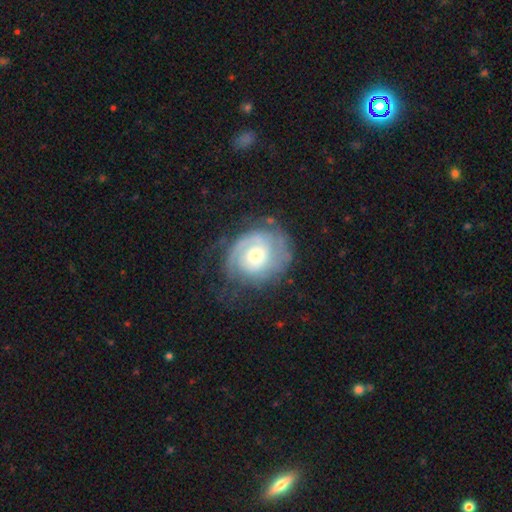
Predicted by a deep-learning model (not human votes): featured or disk 77%, smooth 17%, star or artifact 6%. Down the decision tree: edge-on disk — no (97%); bar — no (76%); spiral arms — yes (89%); spiral arm count — can't tell (35%); spiral winding — tight (68%); bulge size — moderate (52%); merging — none (64%).